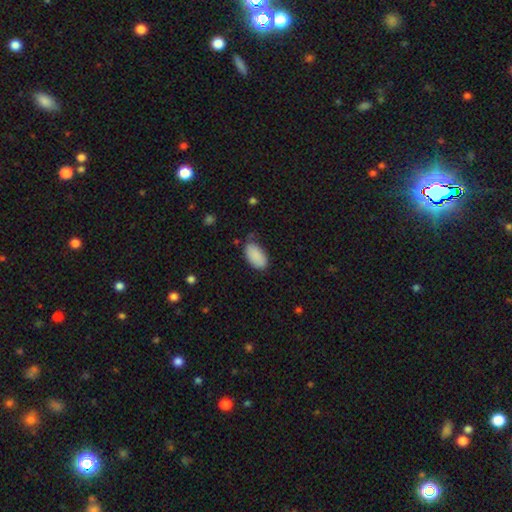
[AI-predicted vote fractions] Overall: smooth (89%). How rounded: in between (95%). Merging: none (62%; minor disturbance 28%).